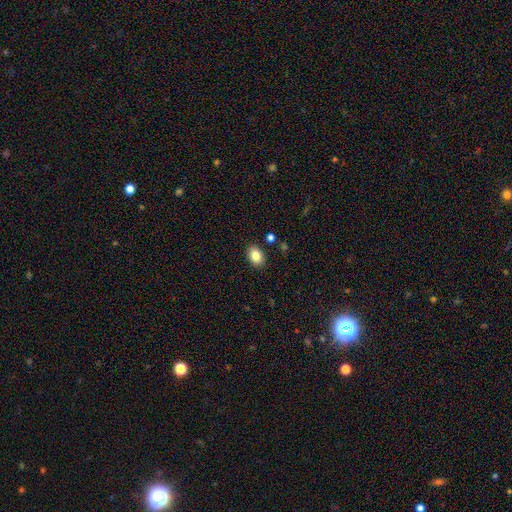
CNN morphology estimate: Smooth or featured: smooth — 85% (star or artifact — 8%)
How rounded: in between — 80% (round — 19%)
Merging: none — 88% (minor disturbance — 8%)